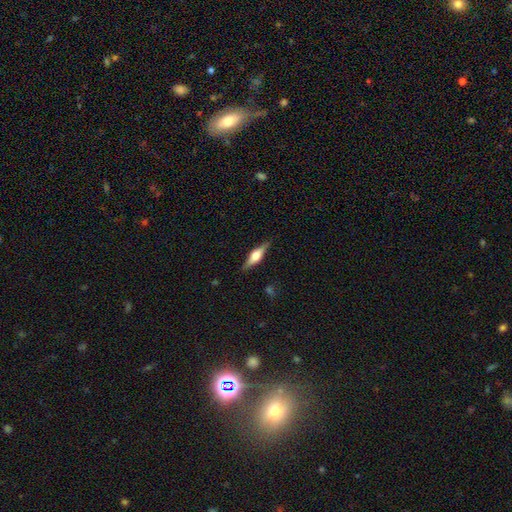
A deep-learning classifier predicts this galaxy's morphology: Smooth or featured? featured or disk (60%)
Edge-on disk? yes (96%)
Edge-on bulge? rounded (89%)
Merging? none (86%)